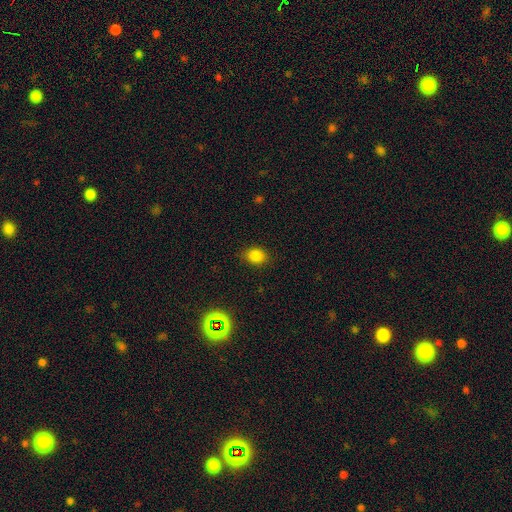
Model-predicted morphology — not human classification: Smooth or featured? Predicted: smooth (p=0.80). How rounded? Predicted: in between (p=0.53). Merging? Predicted: none (p=0.85).